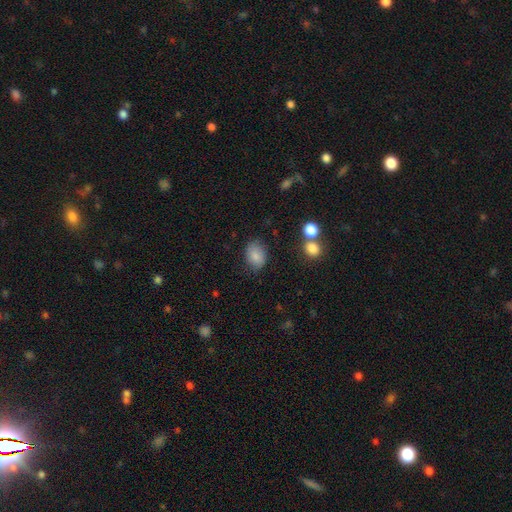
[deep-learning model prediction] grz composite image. It shows a smooth galaxy with no disk features (84%) that is in between round and cigar-shaped (71%). Merging: none (77%).